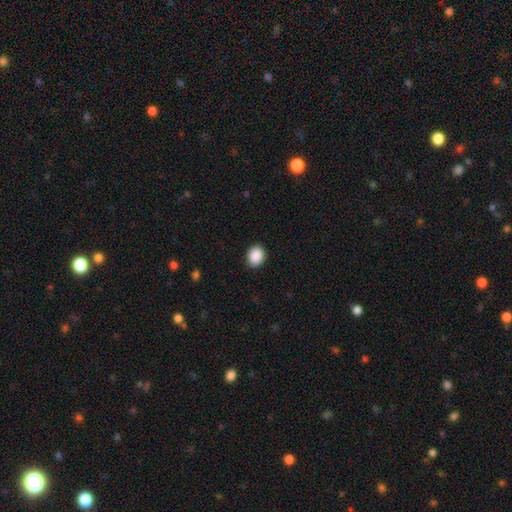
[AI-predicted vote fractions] Overall: smooth (90%). How rounded: round (50%; in between 49%). Merging: none (90%).